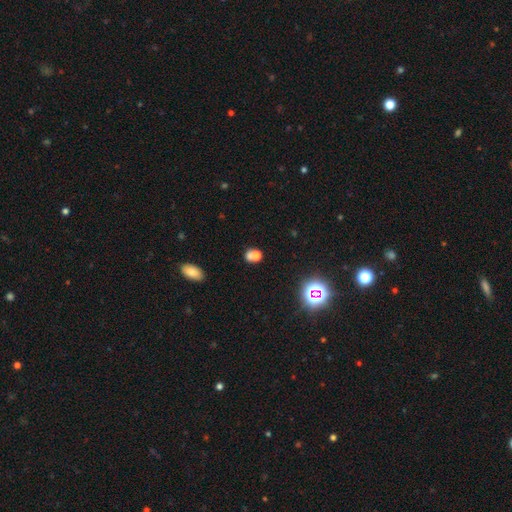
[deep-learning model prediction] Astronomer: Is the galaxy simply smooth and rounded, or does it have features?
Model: smooth — 66%.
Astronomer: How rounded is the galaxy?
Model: round — 62% (runner-up: in between, 37%).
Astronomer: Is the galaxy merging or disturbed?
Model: none — 41% (runner-up: merger, 39%).